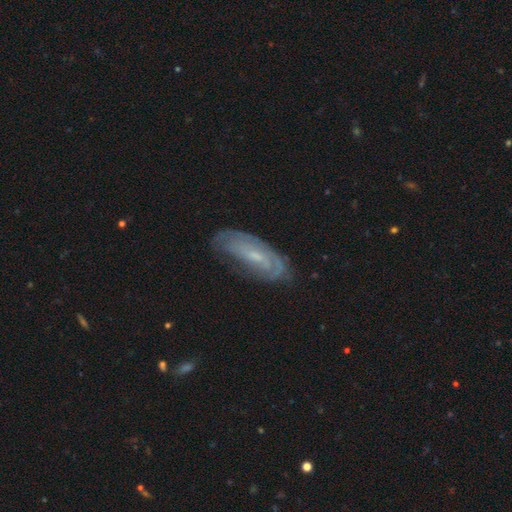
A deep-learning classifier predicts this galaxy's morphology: featured or disk 67%, smooth 24%, star or artifact 8%. Down the decision tree: edge-on disk — no (83%); bar — no (53%); spiral arms — yes (81%); bulge size — small (62%); merging — none (73%).